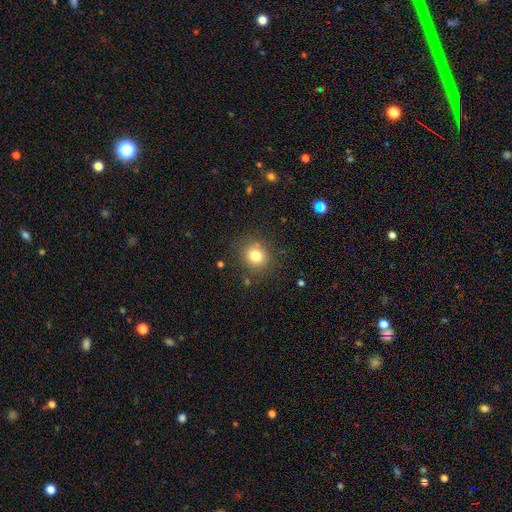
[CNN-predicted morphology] This is likely a smooth galaxy (78%). How rounded: clearly round (84%). Merging: clearly none (85%).